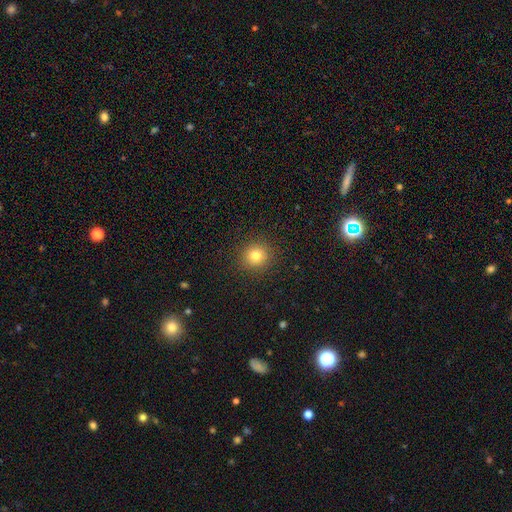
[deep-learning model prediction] Smooth or featured?
  - smooth: 80% *
  - star or artifact: 13%
  - featured or disk: 7%
How rounded?
  - round: 91% *
  - in between: 8%
  - cigar-shaped: 1%
Merging?
  - none: 91% *
  - minor disturbance: 6%
  - major disturbance: 2%
  - merger: 1%